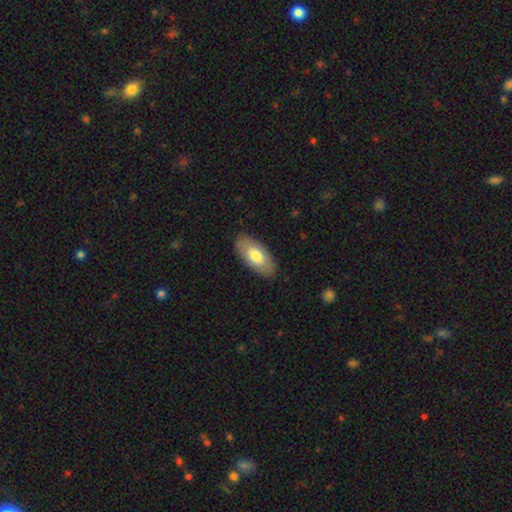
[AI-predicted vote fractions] smooth-or-featured: smooth: 69% | featured or disk: 26% | star or artifact: 5%
  how-rounded: in between: 92% | cigar-shaped: 6% | round: 2%
  merging: none: 86% | minor disturbance: 11% | major disturbance: 2% | merger: 1%